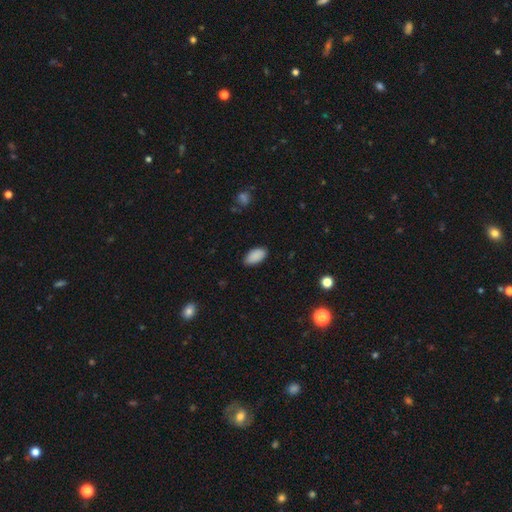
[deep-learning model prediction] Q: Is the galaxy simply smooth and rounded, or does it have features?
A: smooth — 90%.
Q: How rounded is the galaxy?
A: in between — 95%.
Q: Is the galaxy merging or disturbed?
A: none — 82%.